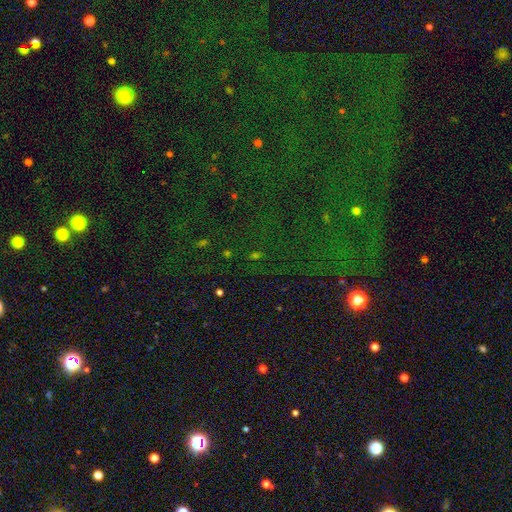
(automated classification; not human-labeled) Morphology: type=star or artifact (74%).